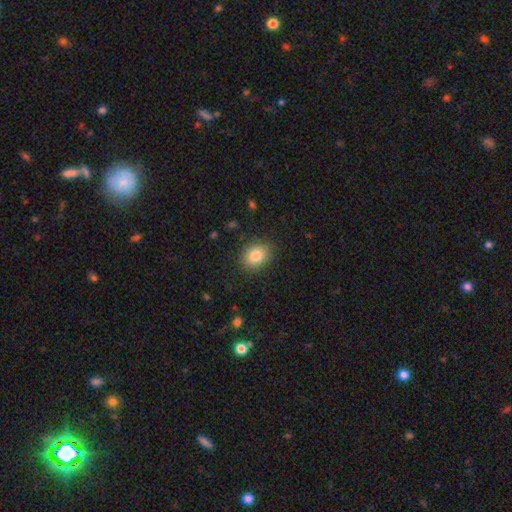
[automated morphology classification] A smooth galaxy with no disk features (83%) that is in between round and cigar-shaped (58%). Merging: none (87%).